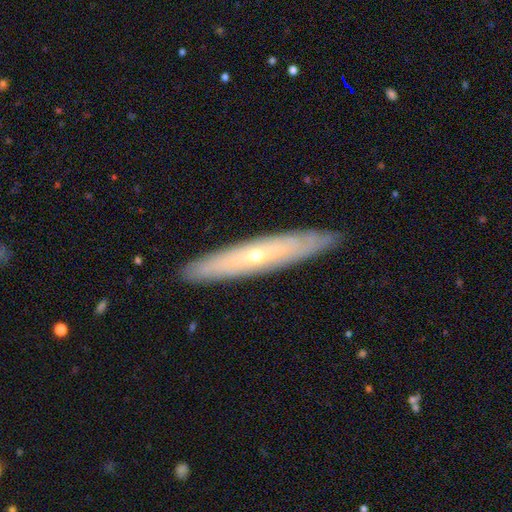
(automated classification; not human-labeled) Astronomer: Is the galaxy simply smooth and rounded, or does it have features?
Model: featured or disk — 66%.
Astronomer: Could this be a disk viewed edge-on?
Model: yes — 67%.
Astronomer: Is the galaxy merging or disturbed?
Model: none — 89%.